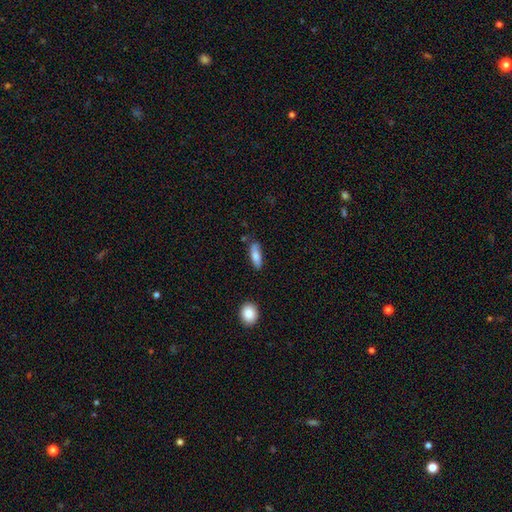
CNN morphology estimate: Overall: smooth (80%). How rounded: in between (62%; cigar-shaped 36%). Merging: none (70%).